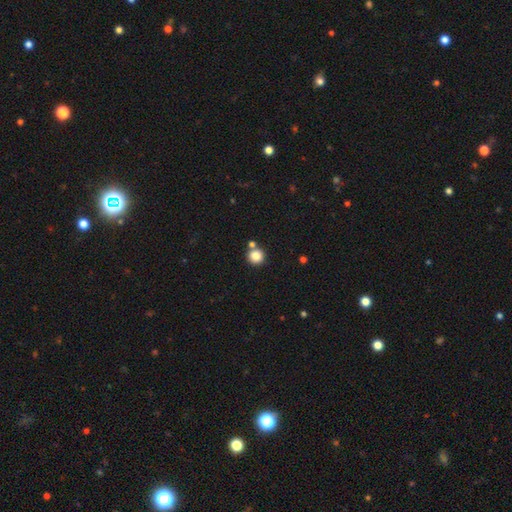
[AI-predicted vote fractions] This appears to be a smooth galaxy with no disk features (84%) that is round (94%). Merging: none (76%).